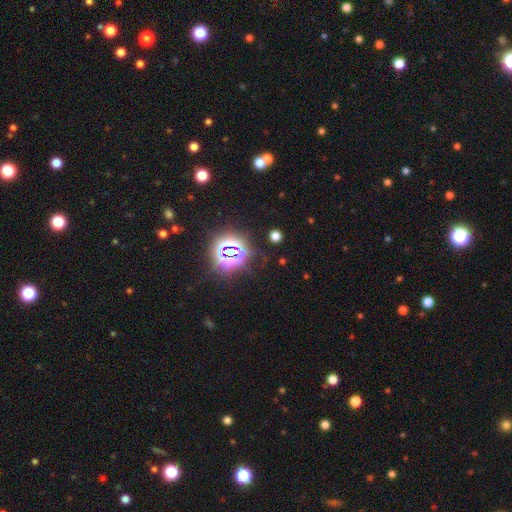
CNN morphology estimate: A star or artifact, not a galaxy (79%).